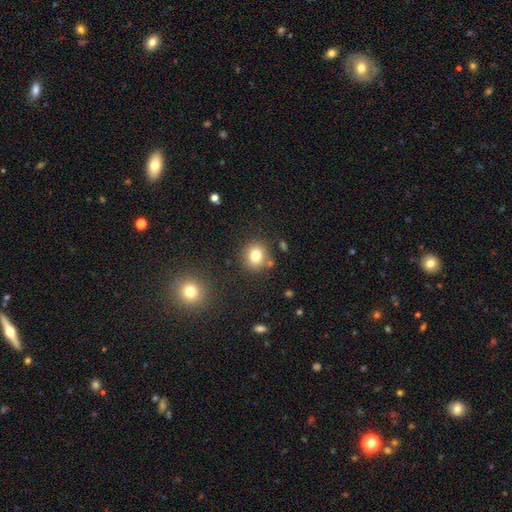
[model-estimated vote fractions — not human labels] smooth 79%, star or artifact 12%, featured or disk 9%. Down the decision tree: how rounded — round (80%); merging — none (80%).